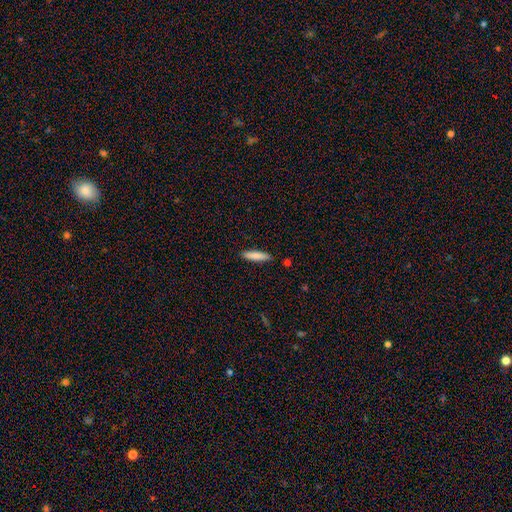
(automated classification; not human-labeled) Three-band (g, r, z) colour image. It shows a smooth galaxy with no disk features (83%) that is cigar-shaped (80%). Merging: none (87%).